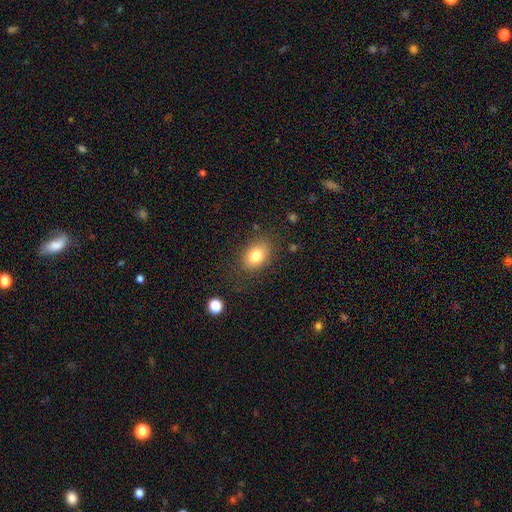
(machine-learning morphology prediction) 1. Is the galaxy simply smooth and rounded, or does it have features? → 79% smooth, 11% featured or disk, 10% star or artifact.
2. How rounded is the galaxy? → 73% in between, 26% round, 1% cigar-shaped.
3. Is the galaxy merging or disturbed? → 81% none, 13% minor disturbance, 5% major disturbance, 2% merger.